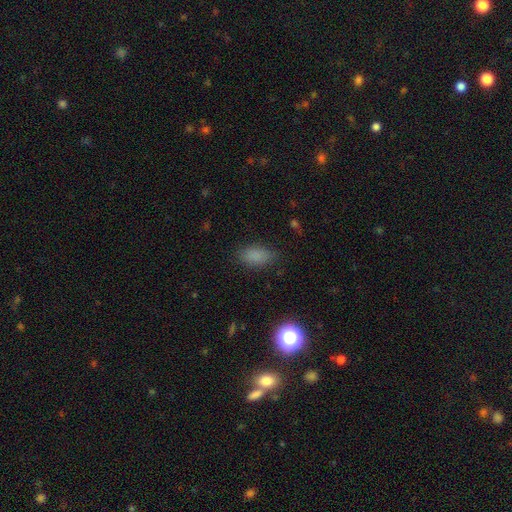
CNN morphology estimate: type=smooth (83%); roundness=in between (89%); merging=none (80%).